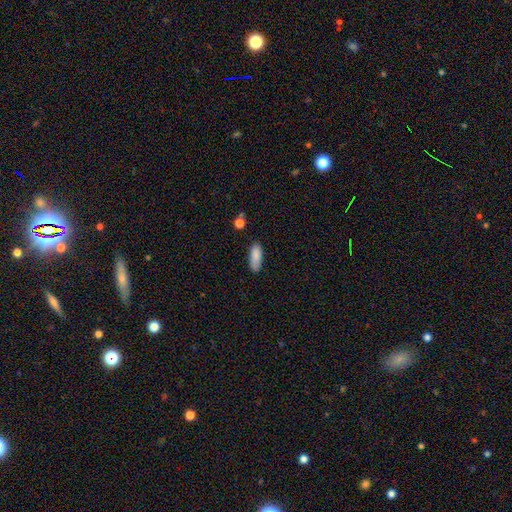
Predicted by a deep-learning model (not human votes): Smooth or featured?
  - smooth: 87% *
  - star or artifact: 7%
  - featured or disk: 6%
How rounded?
  - in between: 76% *
  - cigar-shaped: 23%
  - round: 2%
Merging?
  - none: 81% *
  - minor disturbance: 14%
  - major disturbance: 3%
  - merger: 2%